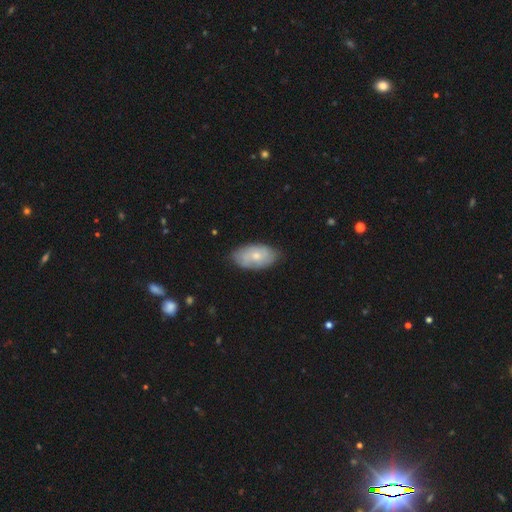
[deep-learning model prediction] Morphology: type=smooth (52%); roundness=in between (93%); merging=none (75%).